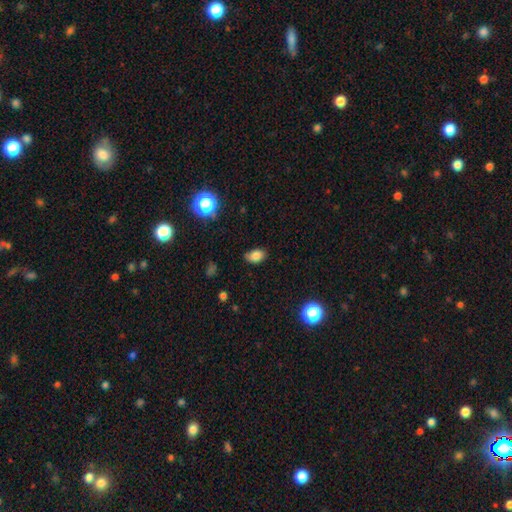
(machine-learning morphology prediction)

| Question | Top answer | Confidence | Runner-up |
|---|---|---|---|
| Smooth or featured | smooth | 82% | star or artifact (11%) |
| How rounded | in between | 84% | round (14%) |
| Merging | none | 74% | minor disturbance (20%) |